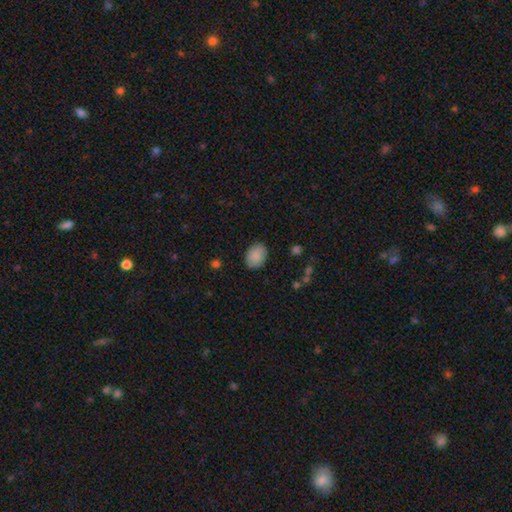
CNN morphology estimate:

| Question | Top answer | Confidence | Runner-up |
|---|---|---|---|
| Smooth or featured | smooth | 88% | star or artifact (7%) |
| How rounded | in between | 71% | round (28%) |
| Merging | none | 86% | minor disturbance (11%) |